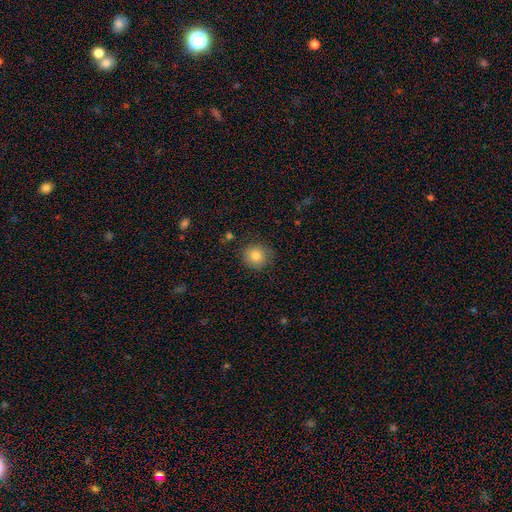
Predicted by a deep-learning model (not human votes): A smooth galaxy with no disk features (82%) that is round (89%). Merging: none (84%).